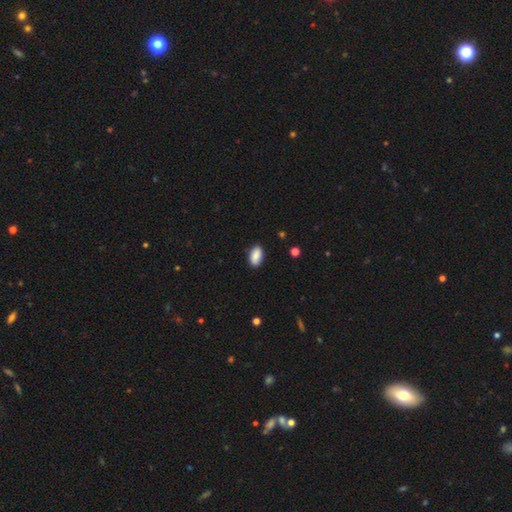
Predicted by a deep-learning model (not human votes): A smooth galaxy with no disk features (88%) that is in between round and cigar-shaped (93%). Merging: none (88%).